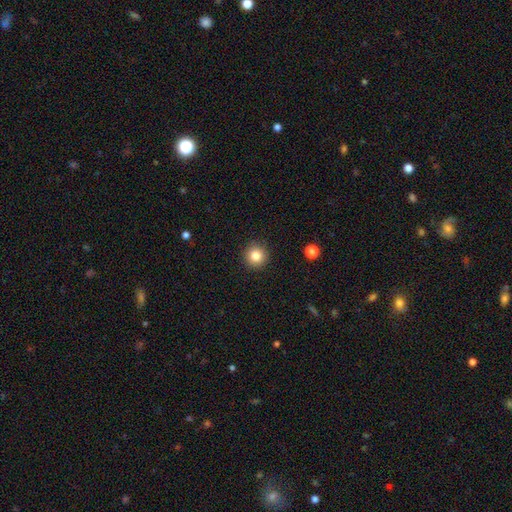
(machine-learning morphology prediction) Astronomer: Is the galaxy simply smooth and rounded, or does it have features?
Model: smooth — 83%.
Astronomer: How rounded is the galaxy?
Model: round — 95%.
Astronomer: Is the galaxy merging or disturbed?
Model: none — 93%.